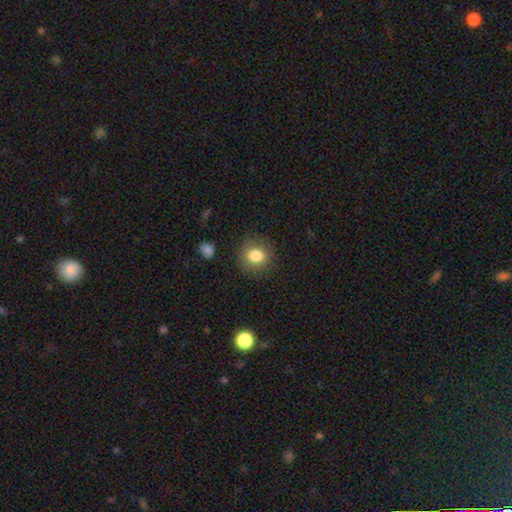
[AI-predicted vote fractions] The model was most divided on "how rounded": round: 83%, in between: 16%, cigar-shaped: 1%. More confident: merging — none (84%); smooth or featured — smooth (81%).